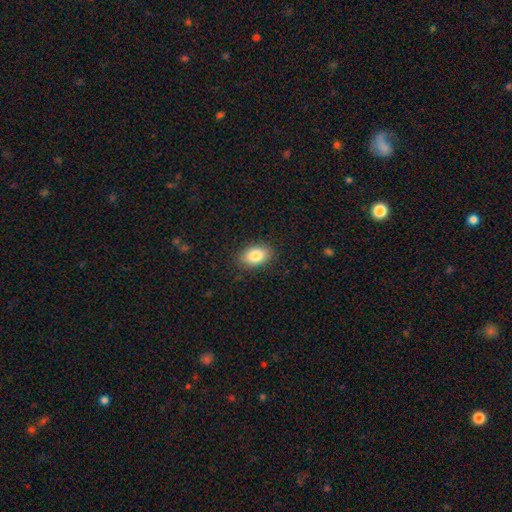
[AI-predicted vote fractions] Morphology: type=smooth (84%); roundness=in between (90%); merging=none (87%).